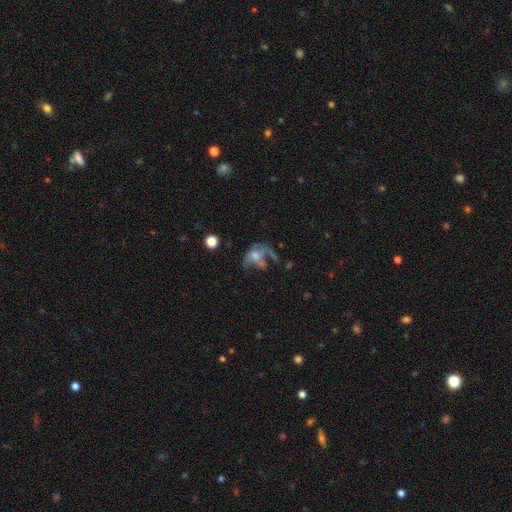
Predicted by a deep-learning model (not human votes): featured or disk 50%, smooth 33%, star or artifact 17%. Down the decision tree: edge-on disk — no (94%); merging — major disturbance (40%).